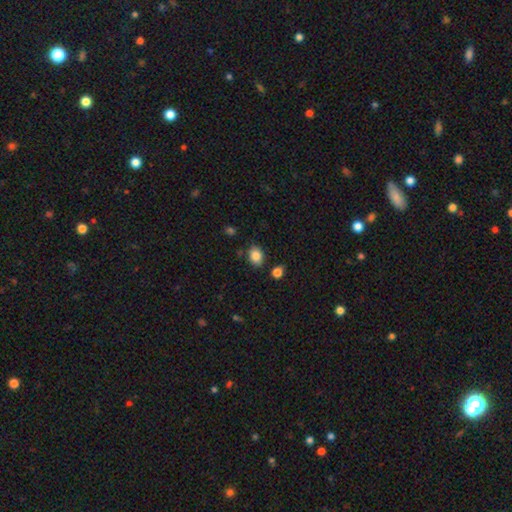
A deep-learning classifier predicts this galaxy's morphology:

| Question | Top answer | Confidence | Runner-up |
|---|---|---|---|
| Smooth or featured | smooth | 86% | star or artifact (9%) |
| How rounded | in between | 67% | round (32%) |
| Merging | none | 81% | minor disturbance (12%) |